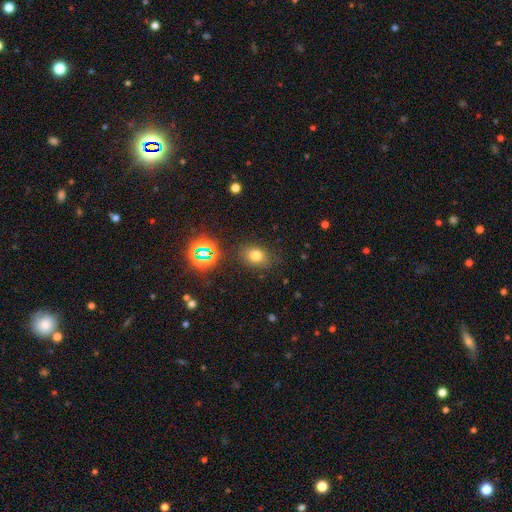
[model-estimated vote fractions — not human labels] Smooth or featured? Predicted: smooth (p=0.70). How rounded? Predicted: in between (p=0.61). Merging? Predicted: none (p=0.82).